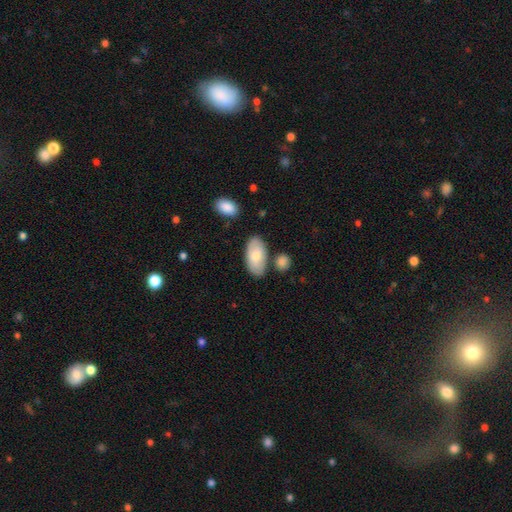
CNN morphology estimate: This appears to be a smooth galaxy with no disk features (74%) that is in between round and cigar-shaped (95%). Merging: none (74%).